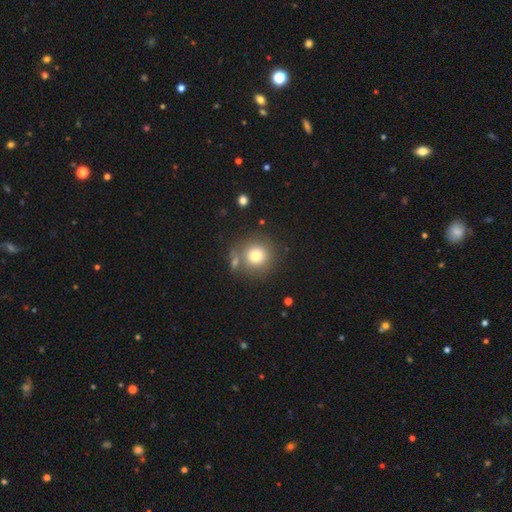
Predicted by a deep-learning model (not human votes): This is likely a smooth galaxy (74%). How rounded: clearly round (93%). Merging: likely none (73%).